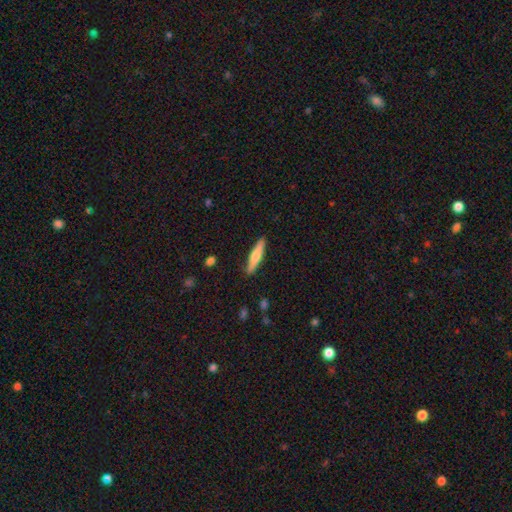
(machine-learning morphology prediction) smooth_or_featured: smooth (p=0.59) [alt: featured or disk p=0.36]
how_rounded: cigar-shaped (p=0.85) [alt: in between p=0.13]
merging: none (p=0.88) [alt: minor disturbance p=0.09]